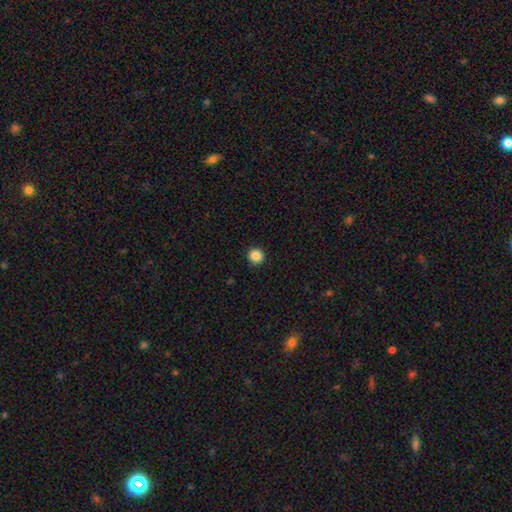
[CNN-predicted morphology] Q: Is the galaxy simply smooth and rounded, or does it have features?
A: smooth — 87%.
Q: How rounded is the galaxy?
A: round — 95%.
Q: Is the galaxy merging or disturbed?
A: none — 93%.